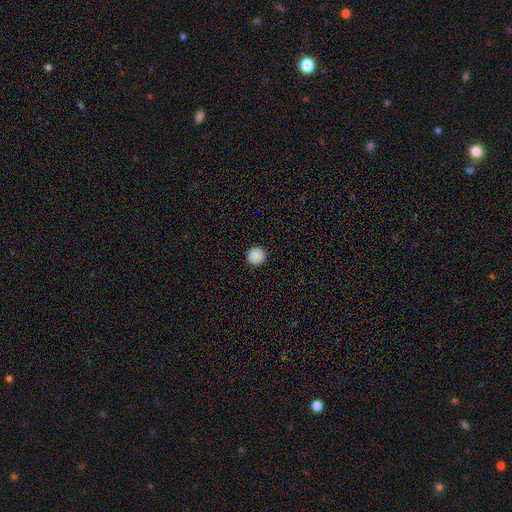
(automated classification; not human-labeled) Overall: smooth (89%). How rounded: round (95%). Merging: none (93%).